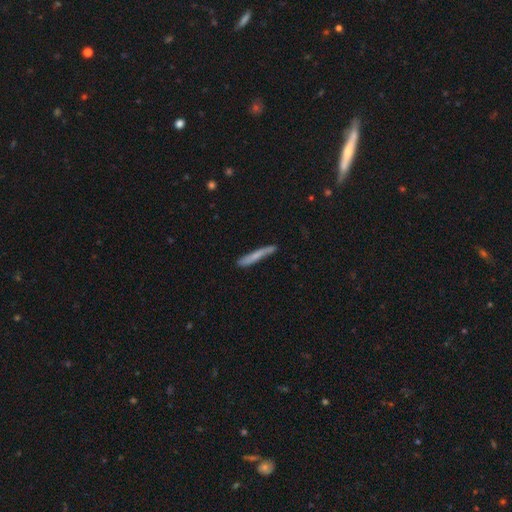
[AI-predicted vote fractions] Morphology: type=smooth (65%); roundness=cigar-shaped (95%); merging=none (76%).